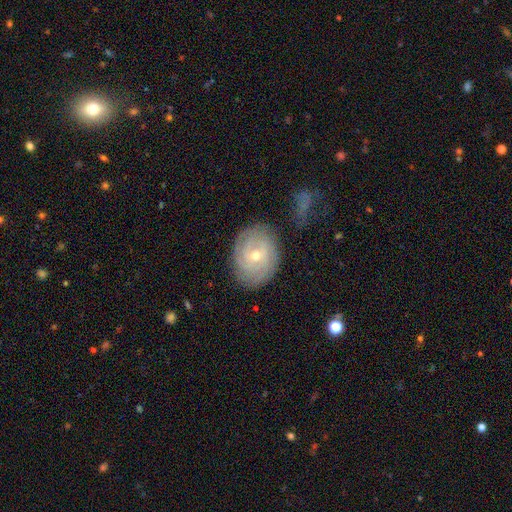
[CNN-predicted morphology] This is likely a featured or disk galaxy (76%). It is clearly not viewed edge-on (97%). Bar: possibly no (58%). Spiral arm pattern: clearly yes (90%). Spiral arm count: marginally can't tell (44%). Spiral winding: likely tight (77%). Central bulge: possibly small (55%). Merging: likely none (79%).